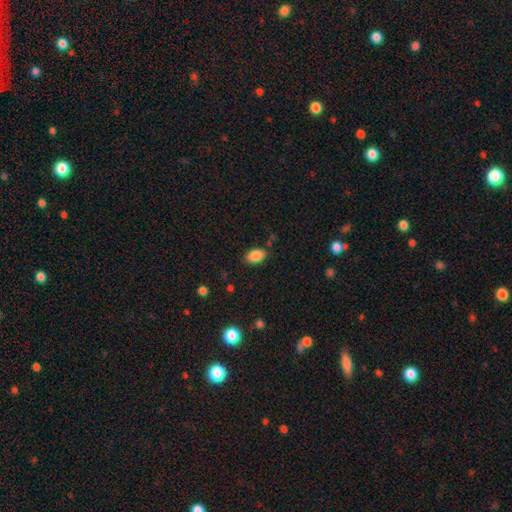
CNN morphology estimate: A smooth galaxy with no disk features (87%) that is in between round and cigar-shaped (90%). Merging: none (82%).